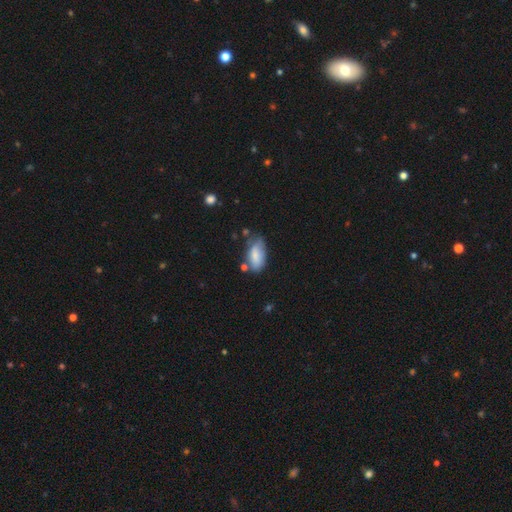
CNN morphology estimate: A smooth galaxy with no disk features (77%) that is in between round and cigar-shaped (89%).

Vote fractions:
- Smooth or featured? smooth: 77% / featured or disk: 16% / star or artifact: 7%
- How rounded? in between: 89% / cigar-shaped: 8% / round: 3%
- Merging? none: 53% / minor disturbance: 31% / merger: 8% / major disturbance: 8%